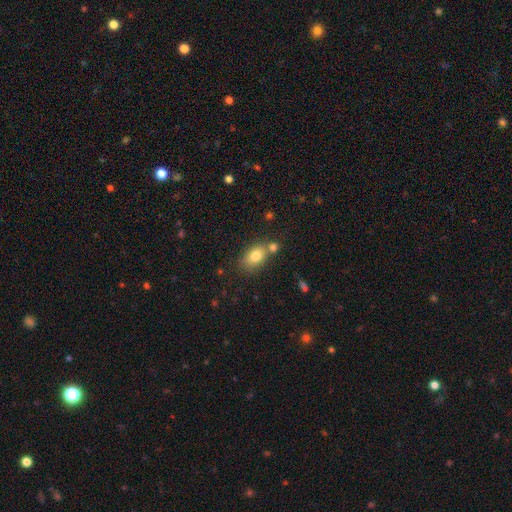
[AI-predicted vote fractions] Smooth or featured?
  - smooth: 79% *
  - featured or disk: 12%
  - star or artifact: 9%
How rounded?
  - in between: 82% *
  - round: 15%
  - cigar-shaped: 3%
Merging?
  - none: 58% *
  - merger: 22%
  - minor disturbance: 15%
  - major disturbance: 5%